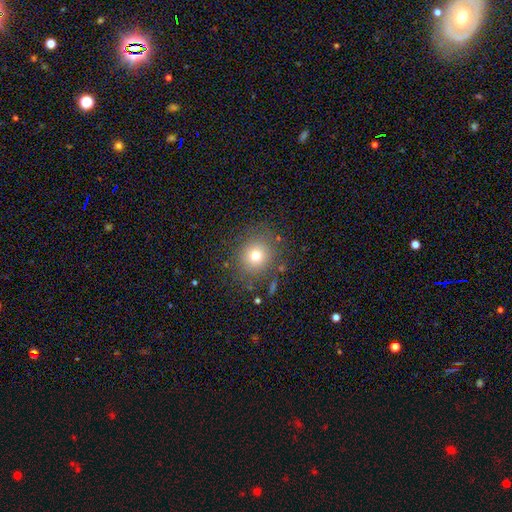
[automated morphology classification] This appears to be a smooth galaxy with no disk features (72%) that is round (87%). Merging: none (82%).